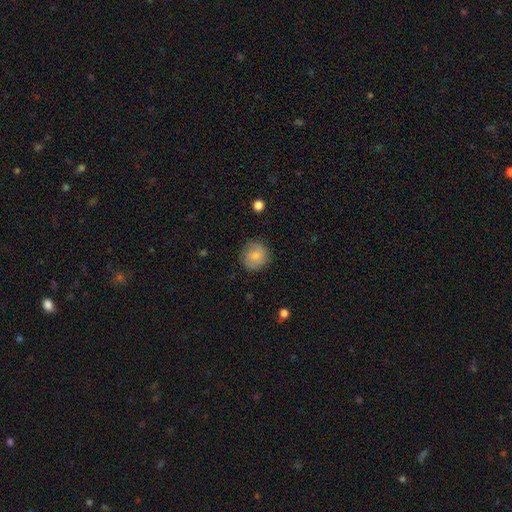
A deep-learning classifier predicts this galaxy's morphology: smooth-or-featured: smooth: 79% | featured or disk: 14% | star or artifact: 7%
  how-rounded: round: 91% | in between: 8% | cigar-shaped: 1%
  merging: none: 85% | minor disturbance: 11% | major disturbance: 3% | merger: 1%